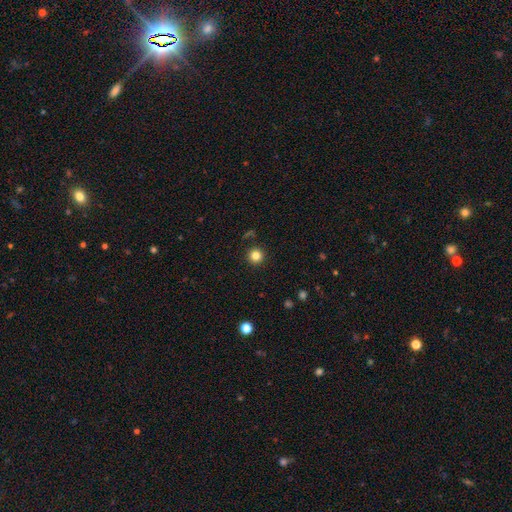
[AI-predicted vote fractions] Q: Smooth or featured?
A: smooth (83%); runner-up: star or artifact (12%)
Q: How rounded?
A: round (96%); runner-up: in between (3%)
Q: Merging?
A: none (92%); runner-up: minor disturbance (5%)